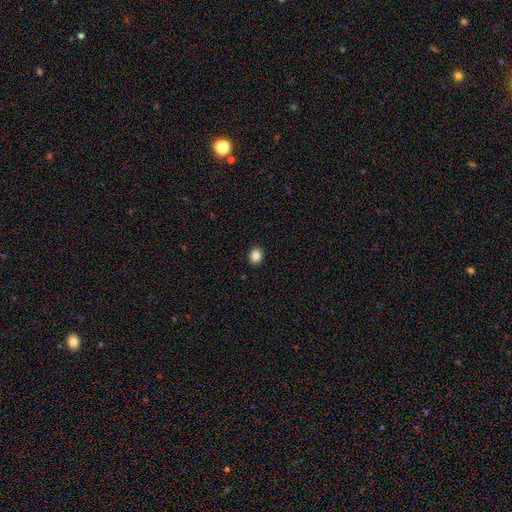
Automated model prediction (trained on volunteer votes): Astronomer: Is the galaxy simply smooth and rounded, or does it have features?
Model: smooth — 86%.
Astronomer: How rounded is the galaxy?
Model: round — 61% (runner-up: in between, 38%).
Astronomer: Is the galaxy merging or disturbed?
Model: none — 92%.